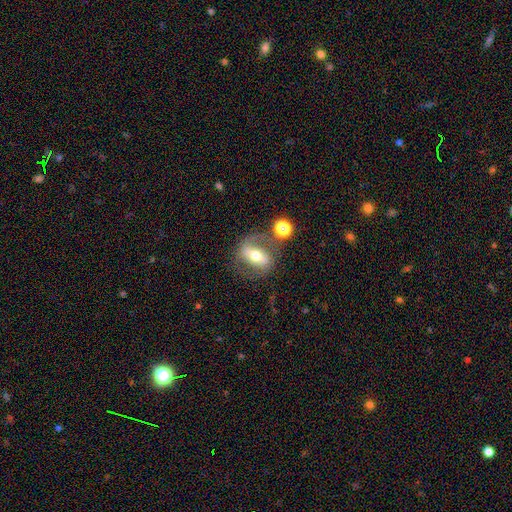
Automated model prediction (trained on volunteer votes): Smooth or featured?
  - featured or disk: 63% *
  - smooth: 29%
  - star or artifact: 9%
Edge-on disk?
  - no: 88% *
  - yes: 12%
Bar?
  - strong: 56% *
  - weak: 24%
  - no: 21%
Spiral arms?
  - yes: 62% *
  - no: 38%
Bulge size?
  - moderate: 69% *
  - small: 19%
  - large: 10%
  - dominant: 2%
  - none: 1%
Merging?
  - none: 57% *
  - minor disturbance: 18%
  - major disturbance: 14%
  - merger: 11%